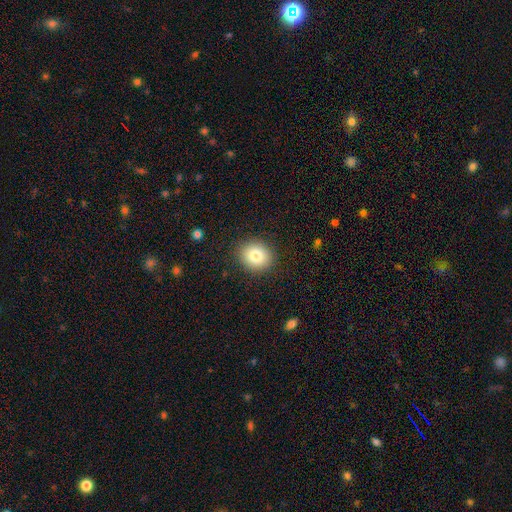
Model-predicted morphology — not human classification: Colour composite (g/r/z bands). It shows a smooth galaxy with no disk features (82%) that is round (72%). Merging: none (89%).